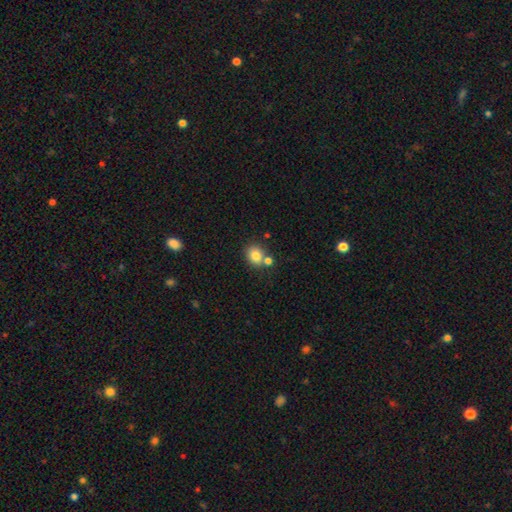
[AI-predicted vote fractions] The model was most divided on "how rounded": round: 66%, in between: 33%, cigar-shaped: 1%. More confident: smooth or featured — smooth (82%); merging — none (63%).